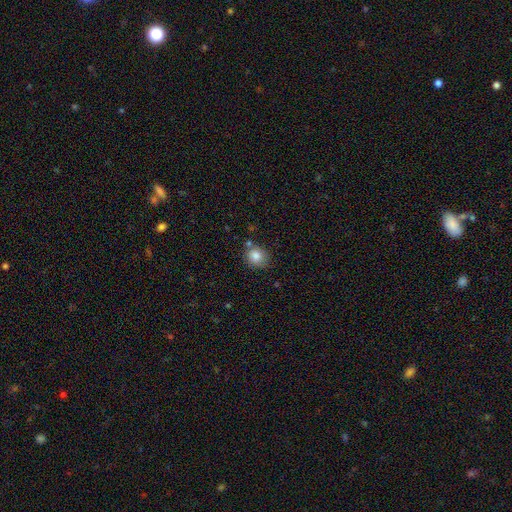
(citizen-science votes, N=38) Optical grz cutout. It shows a smooth galaxy with no disk features (84%) that is round (84%). Merging: none (69%).